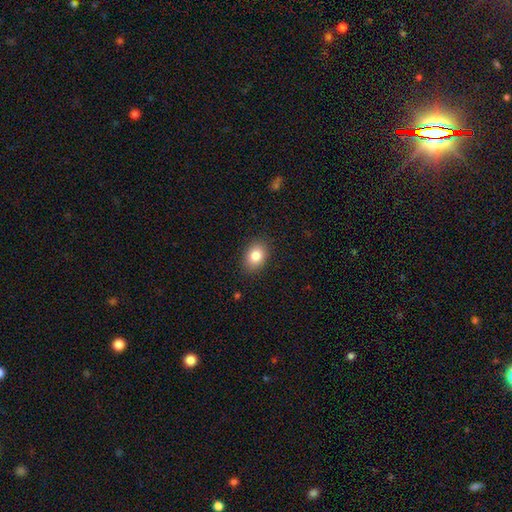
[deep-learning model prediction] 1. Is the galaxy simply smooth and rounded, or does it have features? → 84% smooth, 9% star or artifact, 7% featured or disk.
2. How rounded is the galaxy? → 73% in between, 26% round, 1% cigar-shaped.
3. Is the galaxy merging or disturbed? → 88% none, 9% minor disturbance, 2% major disturbance, 1% merger.